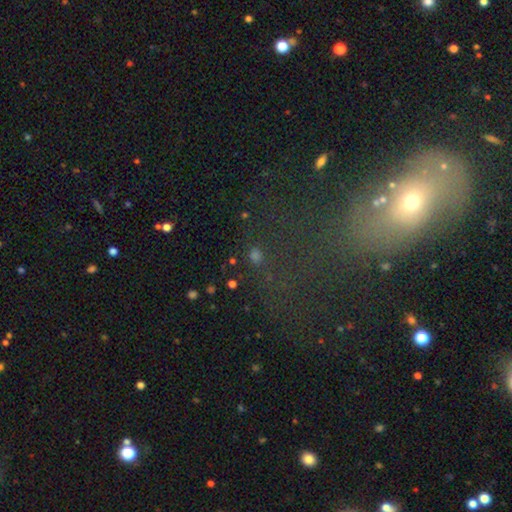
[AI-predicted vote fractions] Overall: star or artifact (51%; smooth 38%).